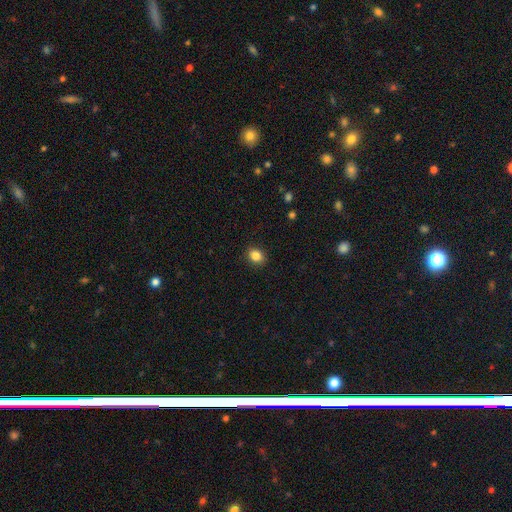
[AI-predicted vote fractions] The model was most divided on "how rounded": in between: 53%, round: 45%, cigar-shaped: 1%. More confident: merging — none (89%); smooth or featured — smooth (86%).